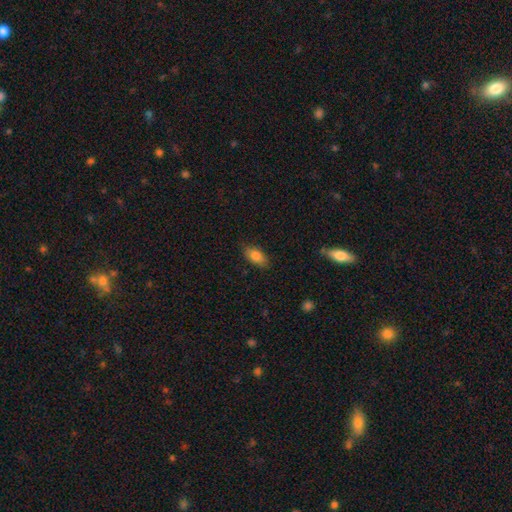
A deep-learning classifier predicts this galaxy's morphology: type=smooth (83%); roundness=in between (89%); merging=none (83%).